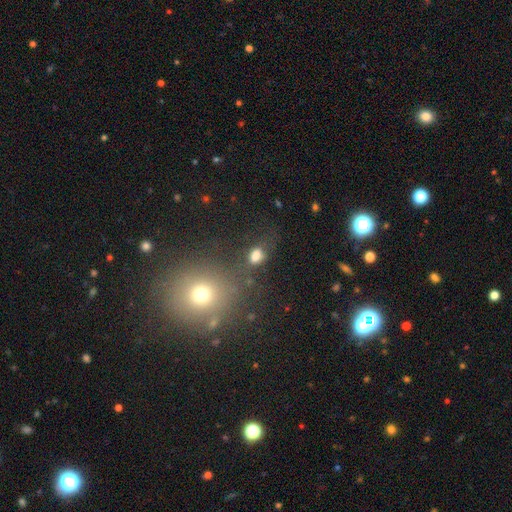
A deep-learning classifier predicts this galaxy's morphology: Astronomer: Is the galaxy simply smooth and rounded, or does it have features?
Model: smooth — 74%.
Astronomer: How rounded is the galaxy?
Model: in between — 76%.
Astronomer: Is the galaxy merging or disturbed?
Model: none — 55%.